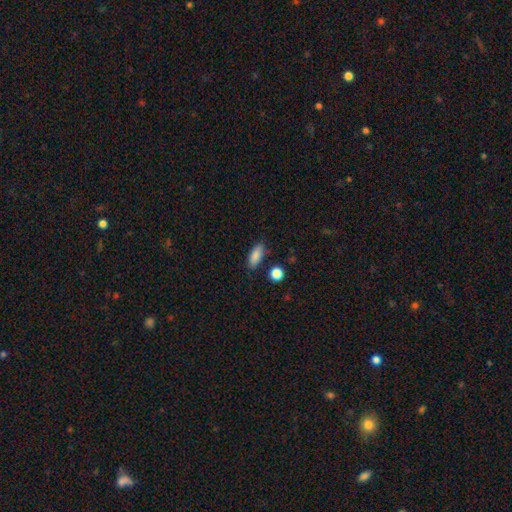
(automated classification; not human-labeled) A smooth galaxy with no disk features (86%) that is in between round and cigar-shaped (77%). Merging: none (82%).